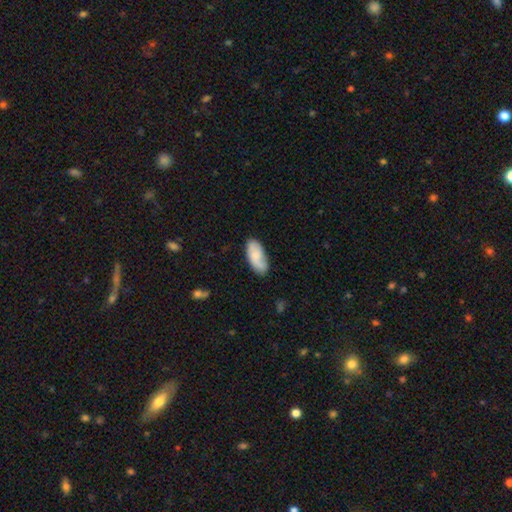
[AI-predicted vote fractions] Smooth or featured? smooth (72%)
How rounded? in between (91%)
Merging? none (69%)